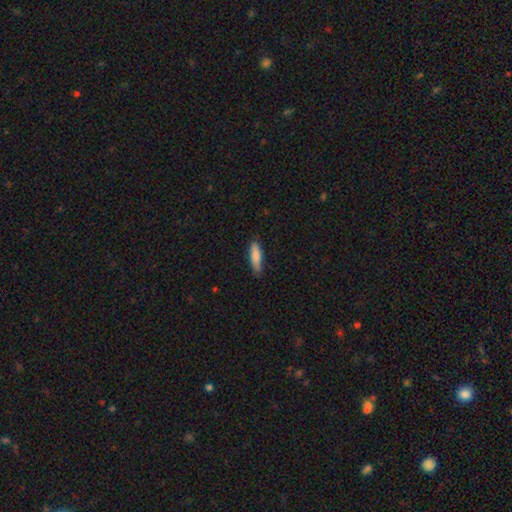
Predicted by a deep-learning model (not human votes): smooth_or_featured: smooth (p=0.81) [alt: featured or disk p=0.13]
how_rounded: cigar-shaped (p=0.72) [alt: in between p=0.26]
merging: none (p=0.83) [alt: minor disturbance p=0.14]